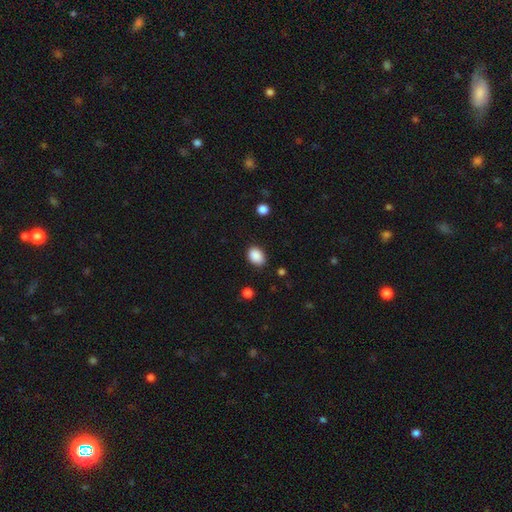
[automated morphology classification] A smooth galaxy with no disk features (89%) that is in between round and cigar-shaped (75%).

Vote fractions:
- Smooth or featured? smooth: 89% / star or artifact: 8% / featured or disk: 3%
- How rounded? in between: 75% / round: 24% / cigar-shaped: 1%
- Merging? none: 84% / minor disturbance: 12% / major disturbance: 3% / merger: 1%